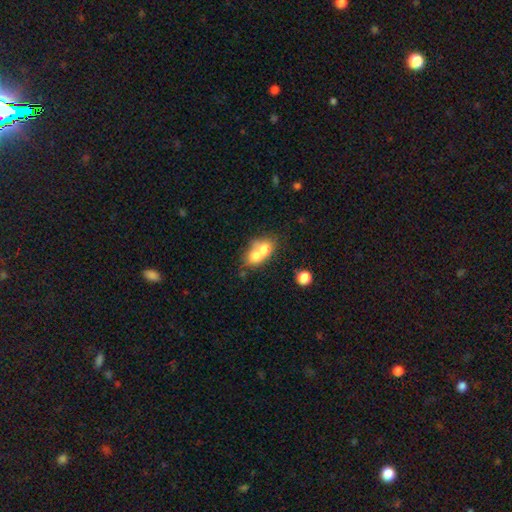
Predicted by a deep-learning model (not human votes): Q: Smooth or featured?
A: smooth (67%); runner-up: featured or disk (24%)
Q: How rounded?
A: in between (50%); runner-up: round (48%)
Q: Merging?
A: merger (71%); runner-up: none (19%)